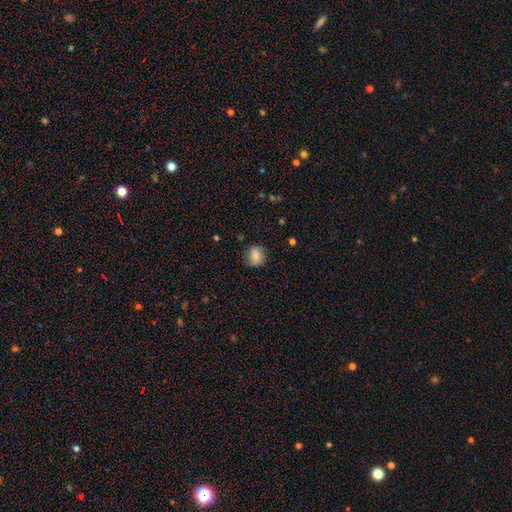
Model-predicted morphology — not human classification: The model was most divided on "how rounded": round: 52%, in between: 46%, cigar-shaped: 2%. More confident: smooth or featured — smooth (80%); merging — none (74%).